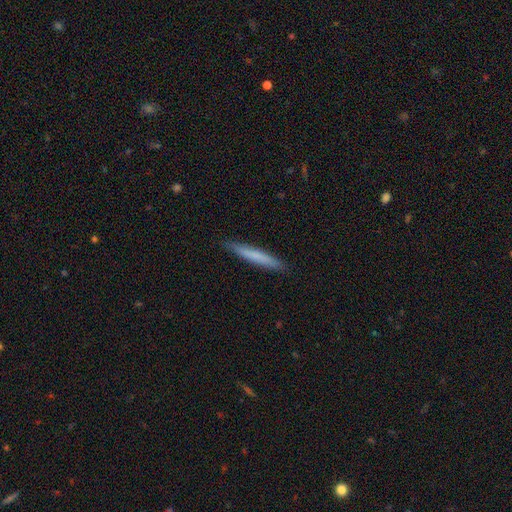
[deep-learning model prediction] Overall: smooth (69%). How rounded: cigar-shaped (96%). Merging: none (90%).